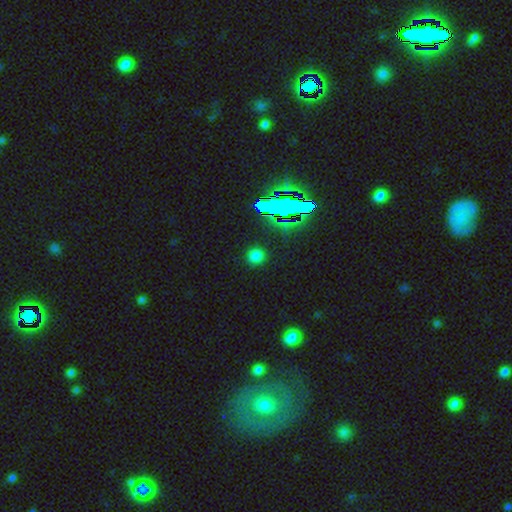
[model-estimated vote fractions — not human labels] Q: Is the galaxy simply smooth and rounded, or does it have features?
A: smooth — 69%.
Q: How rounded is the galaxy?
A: round — 92%.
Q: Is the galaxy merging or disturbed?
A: none — 90%.